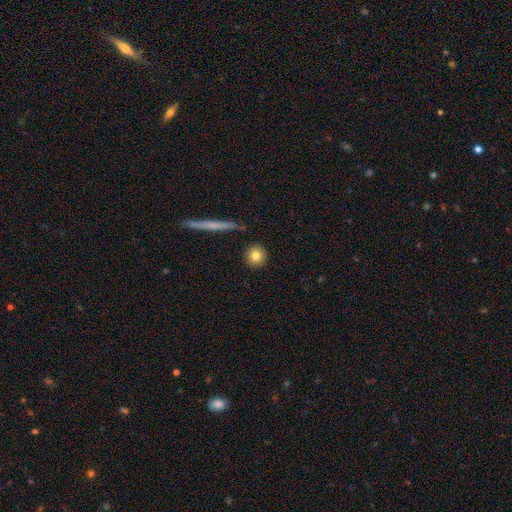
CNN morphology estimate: A smooth galaxy with no disk features (80%) that is round (92%). Merging: none (89%).